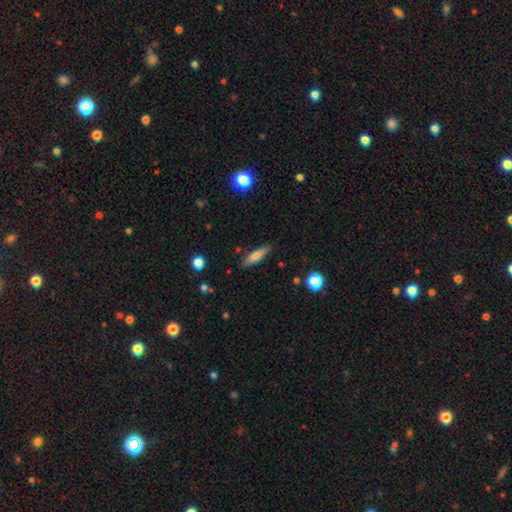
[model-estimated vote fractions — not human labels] A smooth galaxy with no disk features (71%) that is cigar-shaped (74%).

Vote fractions:
- Smooth or featured? smooth: 71% / featured or disk: 22% / star or artifact: 7%
- How rounded? cigar-shaped: 74% / in between: 24% / round: 2%
- Merging? none: 86% / minor disturbance: 10% / major disturbance: 2% / merger: 2%